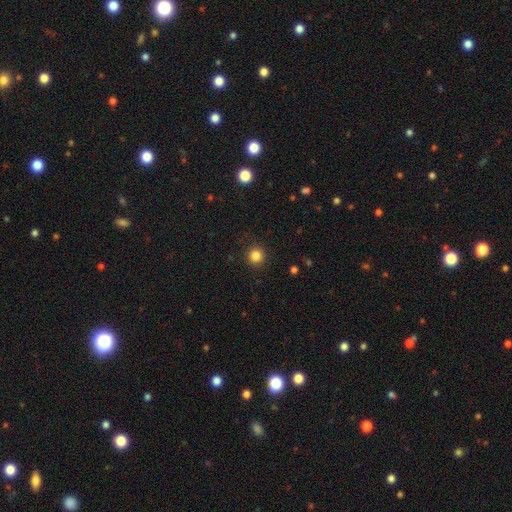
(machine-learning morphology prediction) Overall: smooth (84%). How rounded: round (94%). Merging: none (92%).